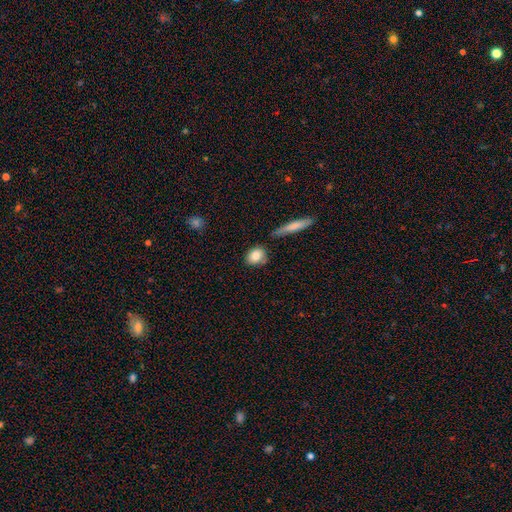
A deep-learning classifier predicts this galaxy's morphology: Smooth or featured?
  - smooth: 82% *
  - featured or disk: 10%
  - star or artifact: 7%
How rounded?
  - in between: 53% *
  - round: 42%
  - cigar-shaped: 5%
Merging?
  - none: 73% *
  - minor disturbance: 16%
  - merger: 7%
  - major disturbance: 4%